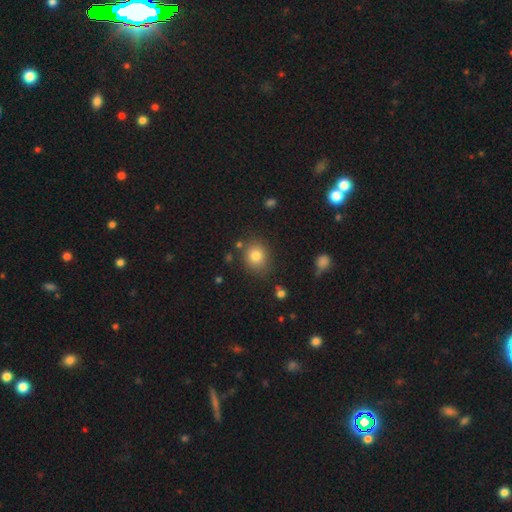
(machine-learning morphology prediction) This appears to be a smooth galaxy with no disk features (81%) that is round (69%). Merging: none (80%).